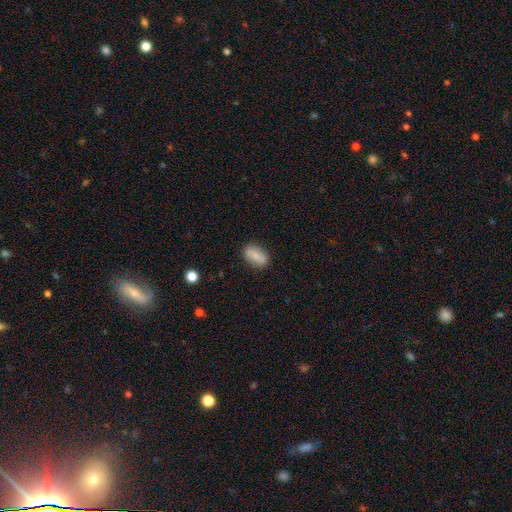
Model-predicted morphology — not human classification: Smooth or featured? Predicted: smooth (p=0.78). How rounded? Predicted: in between (p=0.87). Merging? Predicted: none (p=0.84).